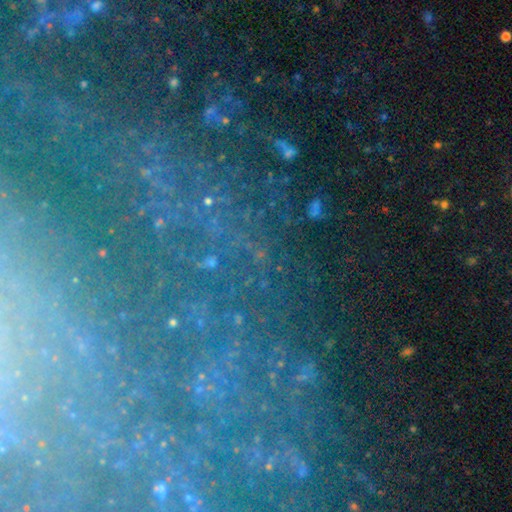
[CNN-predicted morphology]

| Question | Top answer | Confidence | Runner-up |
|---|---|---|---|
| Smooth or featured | star or artifact | 55% | featured or disk (32%) |